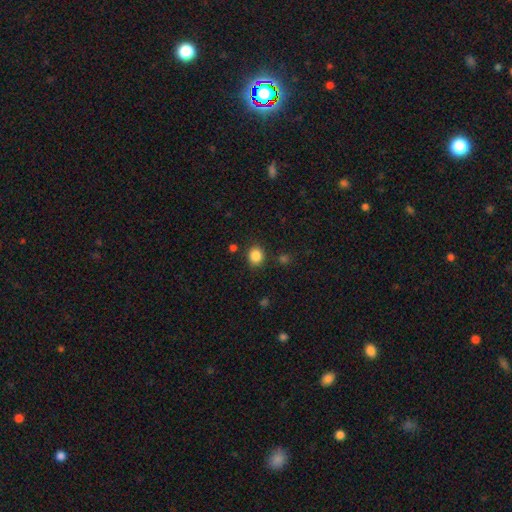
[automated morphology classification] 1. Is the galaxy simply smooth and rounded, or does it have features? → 86% smooth, 11% star or artifact, 4% featured or disk.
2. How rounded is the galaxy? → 78% round, 21% in between, 1% cigar-shaped.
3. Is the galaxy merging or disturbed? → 85% none, 9% minor disturbance, 4% merger, 3% major disturbance.